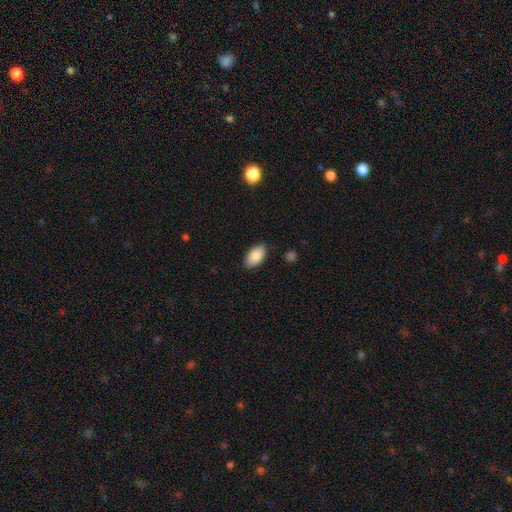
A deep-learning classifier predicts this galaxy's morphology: Overall: smooth (87%). How rounded: in between (95%). Merging: none (85%).